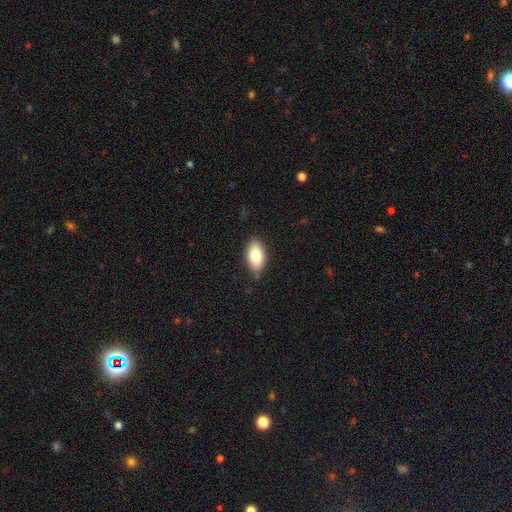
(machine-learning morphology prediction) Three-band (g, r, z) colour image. It shows a smooth galaxy with no disk features (79%) that is in between round and cigar-shaped (92%). Merging: none (82%).